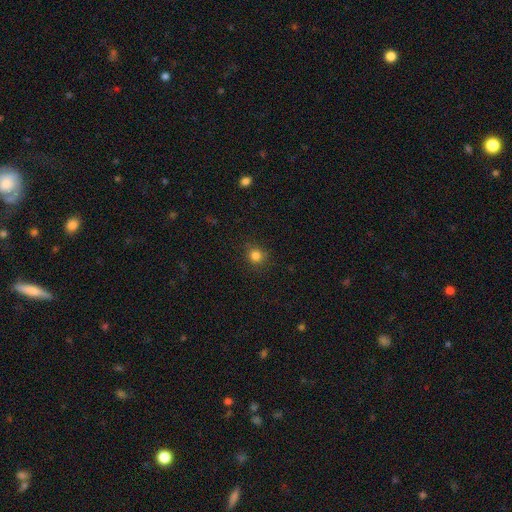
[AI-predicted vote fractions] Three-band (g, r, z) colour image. It shows a smooth galaxy with no disk features (82%) that is round (89%). Merging: none (86%).